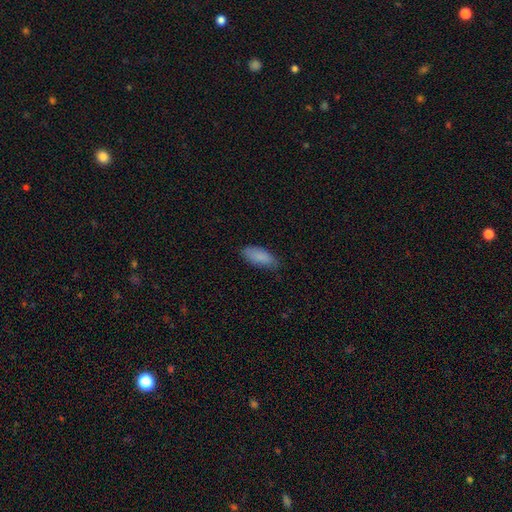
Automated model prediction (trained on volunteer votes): smooth-or-featured: smooth: 87% | star or artifact: 7% | featured or disk: 6%
  how-rounded: in between: 80% | cigar-shaped: 18% | round: 2%
  merging: none: 72% | minor disturbance: 23% | major disturbance: 4% | merger: 1%